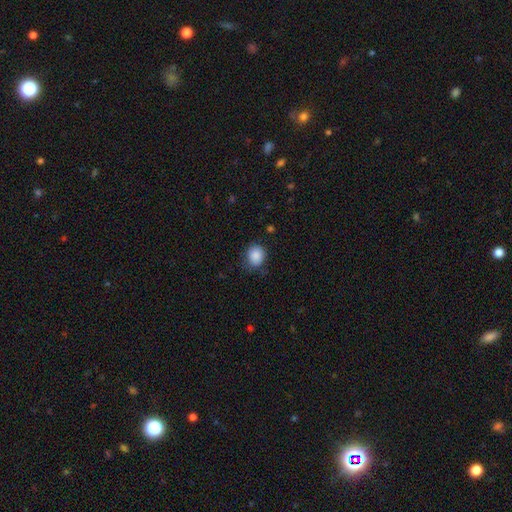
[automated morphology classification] A smooth galaxy with no disk features (87%) that is round (66%).

Vote fractions:
- Smooth or featured? smooth: 87% / star or artifact: 8% / featured or disk: 4%
- How rounded? round: 66% / in between: 33% / cigar-shaped: 1%
- Merging? none: 73% / minor disturbance: 21% / major disturbance: 5% / merger: 1%